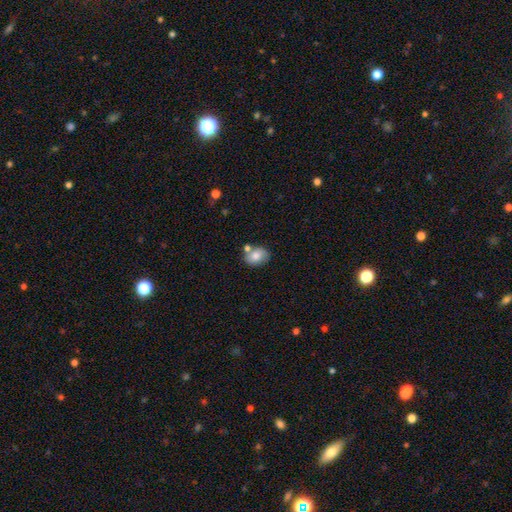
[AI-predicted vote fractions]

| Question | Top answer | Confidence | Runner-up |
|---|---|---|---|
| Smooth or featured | smooth | 75% | featured or disk (17%) |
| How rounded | in between | 63% | round (36%) |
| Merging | none | 60% | merger (19%) |